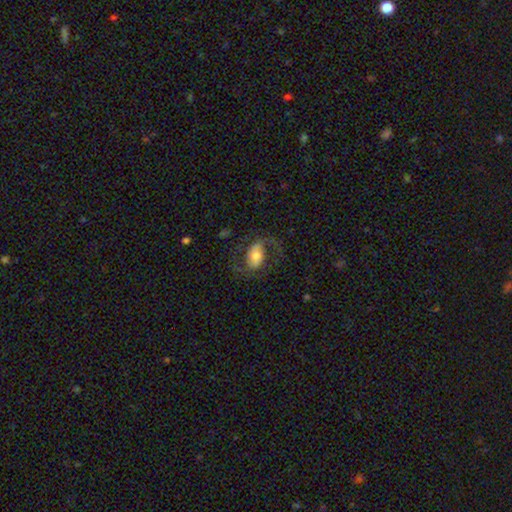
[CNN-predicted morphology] featured or disk 61%, smooth 31%, star or artifact 8%. Down the decision tree: edge-on disk — no (96%); bar — no (42%); spiral arms — yes (88%); spiral arm count — 2 (87%); spiral winding — medium (47%); bulge size — moderate (54%); merging — none (65%).